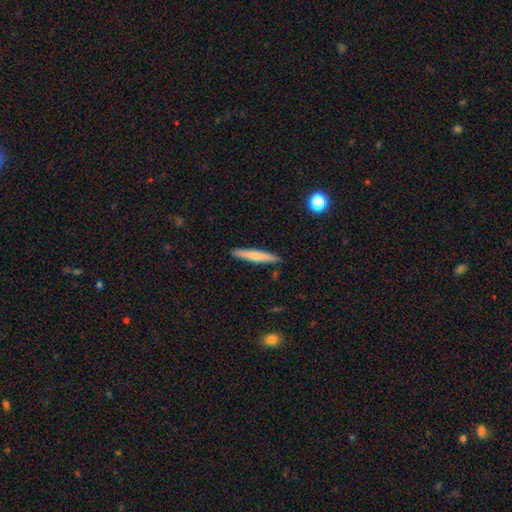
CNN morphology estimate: The model was most divided on "smooth or featured": smooth: 65%, featured or disk: 29%, star or artifact: 6%. More confident: how rounded — cigar-shaped (95%); merging — none (91%).